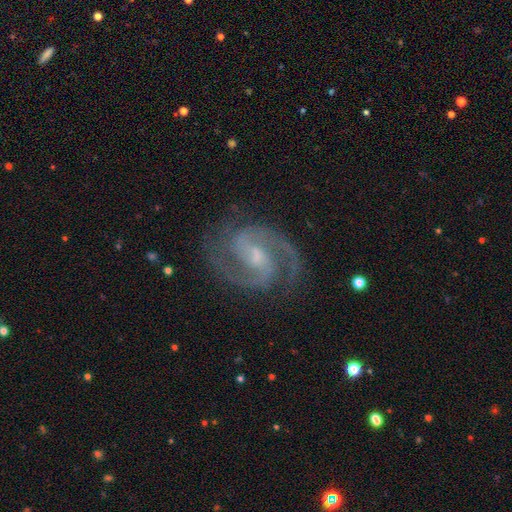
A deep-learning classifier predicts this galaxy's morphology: Smooth or featured? featured or disk (94%)
Edge-on disk? no (98%)
Bar? weak (56%)
Spiral arms? yes (99%)
Spiral winding? medium (60%)
Spiral arm count? 2 (88%)
Bulge size? small (55%)
Merging? none (80%)